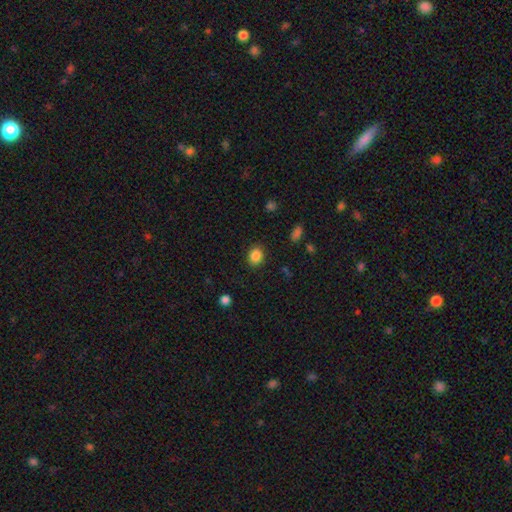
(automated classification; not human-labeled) smooth-or-featured: smooth: 86% | star or artifact: 10% | featured or disk: 4%
  how-rounded: round: 62% | in between: 37% | cigar-shaped: 1%
  merging: none: 88% | minor disturbance: 8% | major disturbance: 3% | merger: 1%